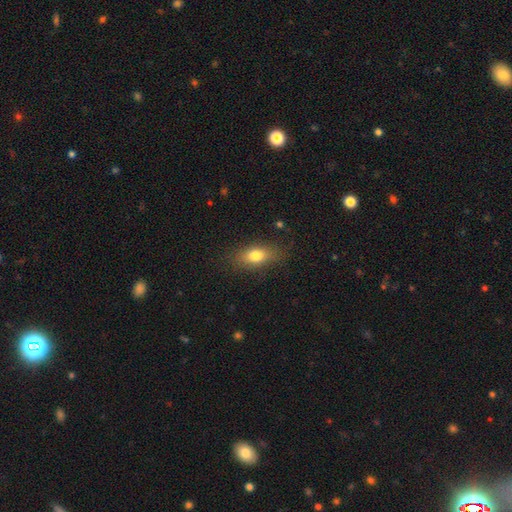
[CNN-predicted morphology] A smooth galaxy with no disk features (77%) that is in between round and cigar-shaped (78%). Merging: none (78%).